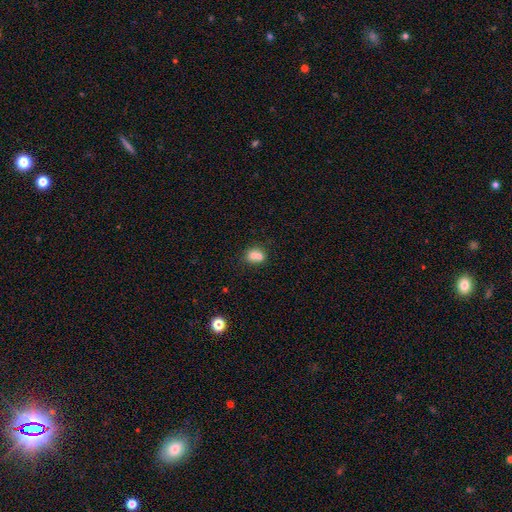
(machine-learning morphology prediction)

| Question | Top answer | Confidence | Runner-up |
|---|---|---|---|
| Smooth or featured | smooth | 71% | featured or disk (19%) |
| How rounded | round | 67% | in between (32%) |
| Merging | merger | 60% | none (29%) |